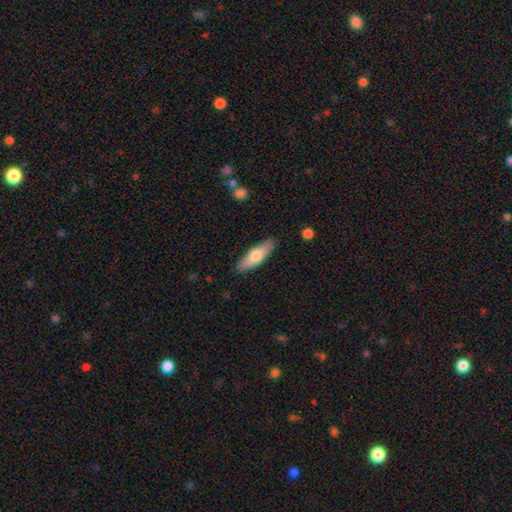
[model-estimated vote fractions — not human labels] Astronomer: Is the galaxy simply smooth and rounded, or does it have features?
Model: smooth — 68%.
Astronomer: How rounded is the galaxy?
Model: cigar-shaped — 51% (runner-up: in between, 47%).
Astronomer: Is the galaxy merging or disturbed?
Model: none — 87%.